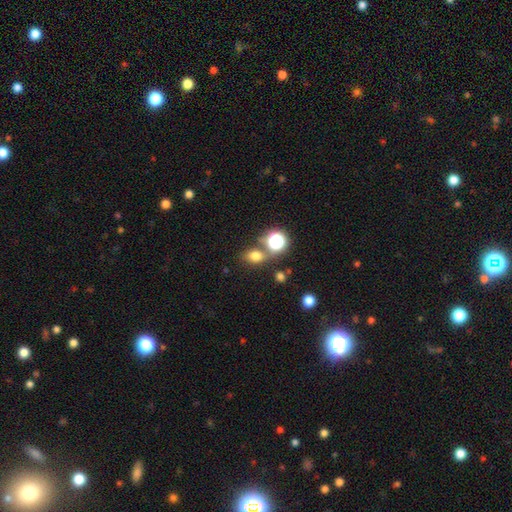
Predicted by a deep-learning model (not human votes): smooth-or-featured: smooth: 70% | star or artifact: 21% | featured or disk: 9%
  how-rounded: in between: 54% | round: 44% | cigar-shaped: 2%
  merging: none: 65% | merger: 18% | minor disturbance: 12% | major disturbance: 5%